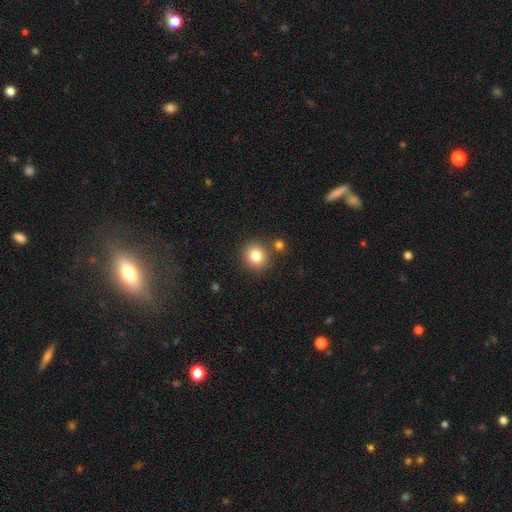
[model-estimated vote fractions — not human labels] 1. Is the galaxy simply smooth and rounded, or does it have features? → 82% smooth, 11% star or artifact, 7% featured or disk.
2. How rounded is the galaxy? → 84% round, 15% in between, 1% cigar-shaped.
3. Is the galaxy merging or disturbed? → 81% none, 9% merger, 8% minor disturbance, 3% major disturbance.